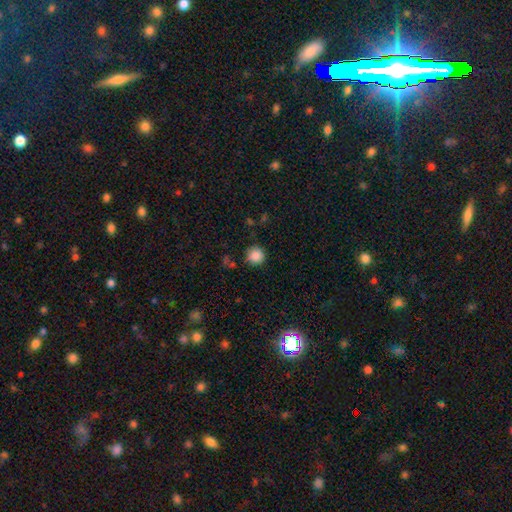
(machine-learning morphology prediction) Q: Smooth or featured?
A: smooth (86%); runner-up: star or artifact (10%)
Q: How rounded?
A: round (94%); runner-up: in between (5%)
Q: Merging?
A: none (83%); runner-up: minor disturbance (11%)